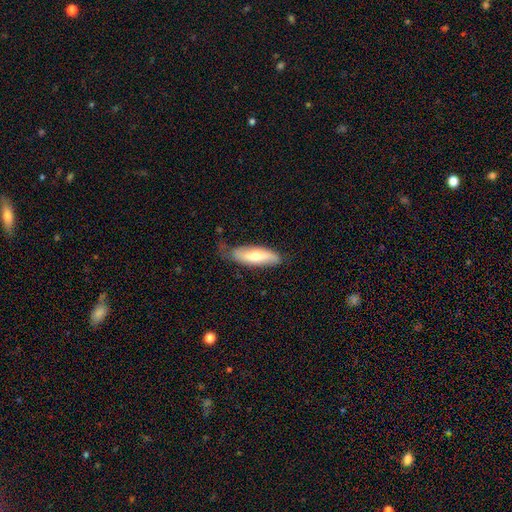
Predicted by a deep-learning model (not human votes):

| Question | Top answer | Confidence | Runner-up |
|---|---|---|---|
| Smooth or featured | smooth | 55% | featured or disk (39%) |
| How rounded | in between | 56% | cigar-shaped (42%) |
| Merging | none | 63% | minor disturbance (28%) |